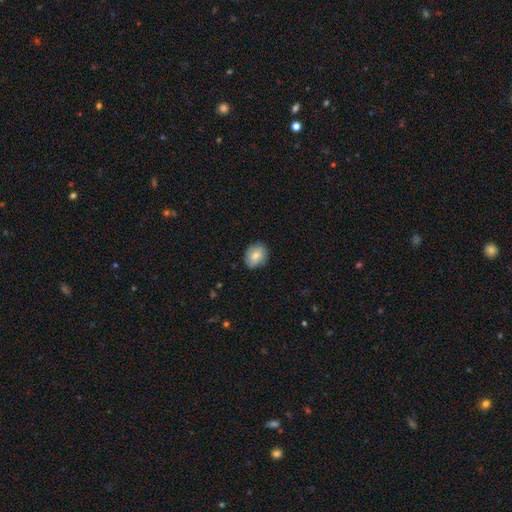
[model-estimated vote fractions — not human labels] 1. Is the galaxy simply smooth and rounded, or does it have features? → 71% smooth, 22% featured or disk, 8% star or artifact.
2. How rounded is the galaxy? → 53% in between, 46% round, 1% cigar-shaped.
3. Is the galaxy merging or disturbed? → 80% none, 16% minor disturbance, 3% major disturbance, 1% merger.